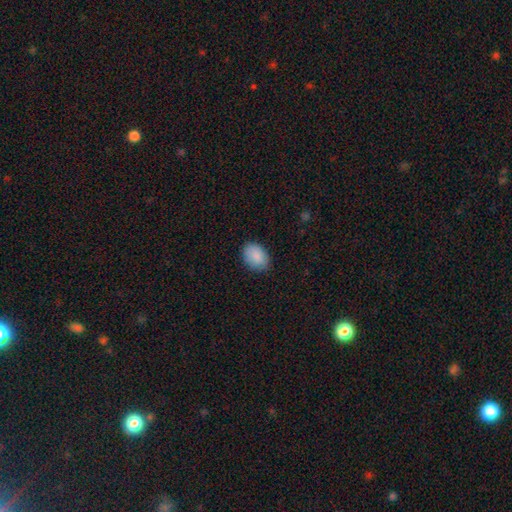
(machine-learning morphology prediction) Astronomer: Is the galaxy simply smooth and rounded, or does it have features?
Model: smooth — 89%.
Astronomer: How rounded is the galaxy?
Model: in between — 79%.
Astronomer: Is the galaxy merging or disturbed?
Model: none — 84%.